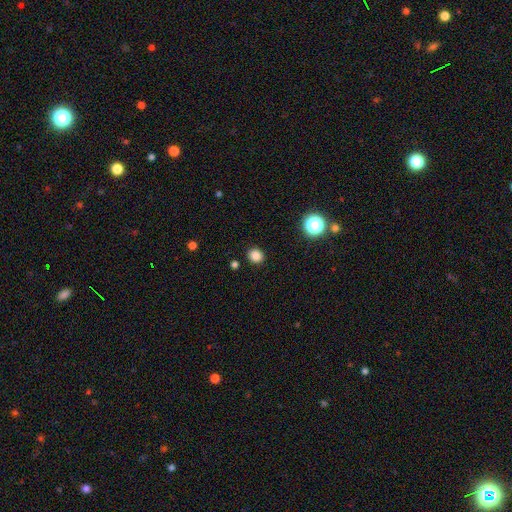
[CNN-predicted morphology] smooth_or_featured: smooth (p=0.84) [alt: star or artifact p=0.13]
how_rounded: round (p=0.84) [alt: in between p=0.15]
merging: none (p=0.91) [alt: minor disturbance p=0.06]